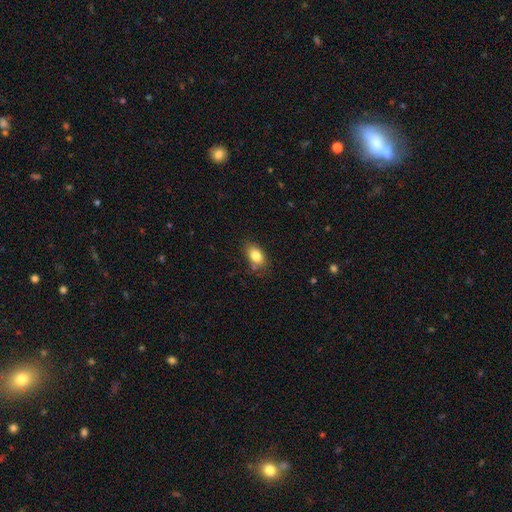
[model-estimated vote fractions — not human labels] smooth-or-featured: smooth: 83% | featured or disk: 9% | star or artifact: 9%
  how-rounded: in between: 87% | round: 11% | cigar-shaped: 2%
  merging: none: 76% | minor disturbance: 17% | major disturbance: 4% | merger: 3%